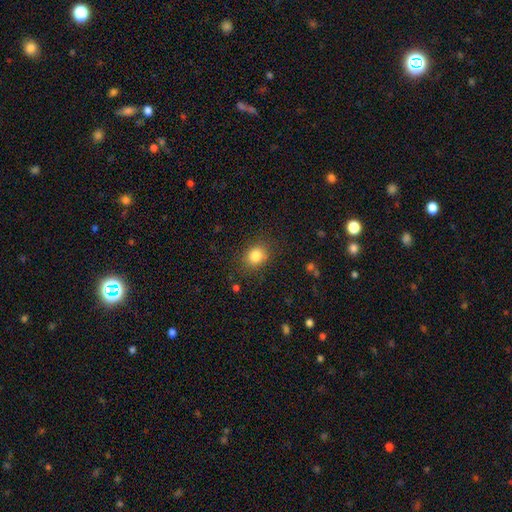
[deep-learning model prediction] smooth_or_featured: smooth (p=0.84) [alt: star or artifact p=0.10]
how_rounded: round (p=0.60) [alt: in between p=0.39]
merging: none (p=0.85) [alt: minor disturbance p=0.11]